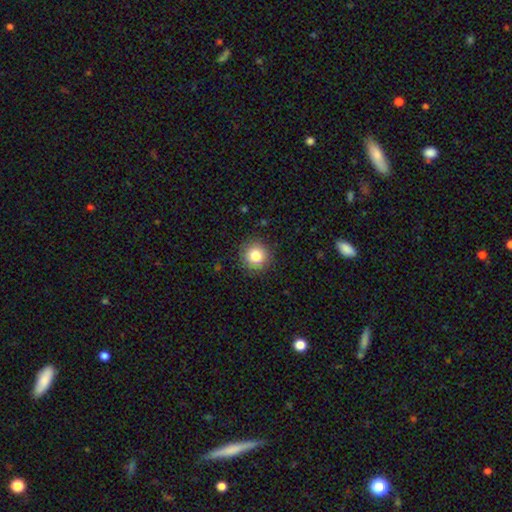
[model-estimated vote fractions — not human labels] A smooth galaxy with no disk features (83%) that is round (94%). Merging: none (90%).